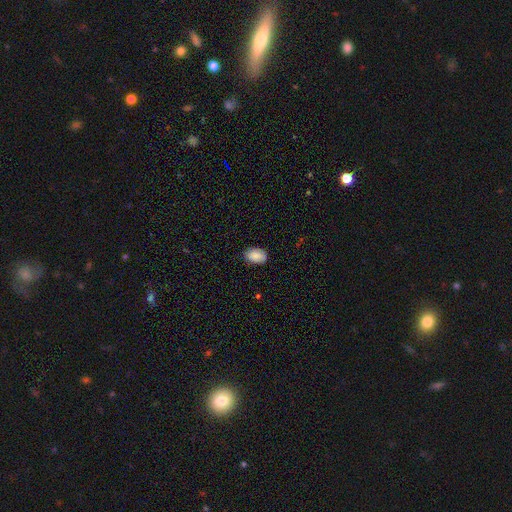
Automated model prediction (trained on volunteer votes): Smooth or featured? Predicted: smooth (p=0.87). How rounded? Predicted: in between (p=0.87). Merging? Predicted: none (p=0.82).